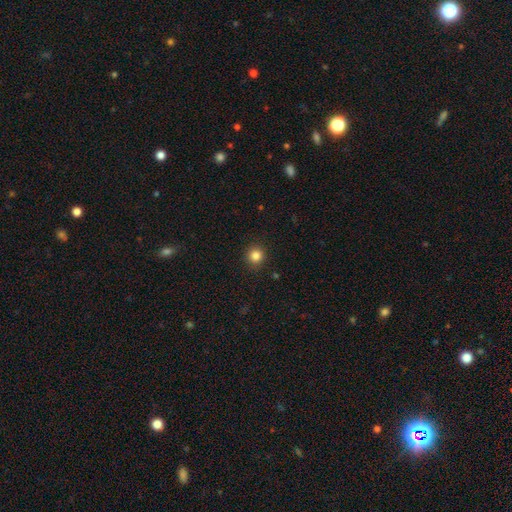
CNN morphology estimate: Overall: smooth (84%). How rounded: round (92%). Merging: none (91%).